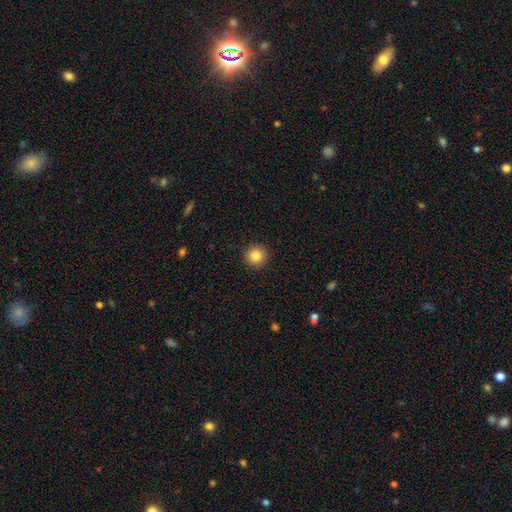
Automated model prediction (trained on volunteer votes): This is clearly a smooth galaxy (84%). How rounded: clearly round (95%). Merging: clearly none (93%).